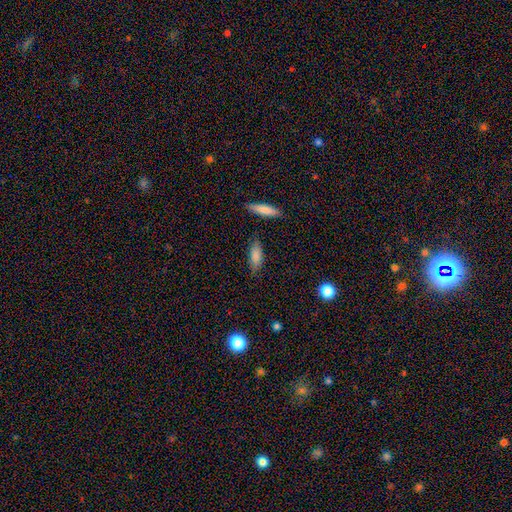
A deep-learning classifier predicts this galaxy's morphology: Smooth or featured: smooth — 83% (featured or disk — 10%)
How rounded: in between — 67% (cigar-shaped — 31%)
Merging: none — 79% (minor disturbance — 14%)